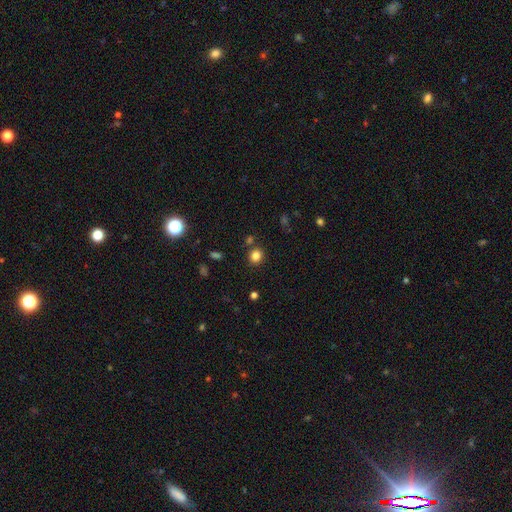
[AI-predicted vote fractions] Smooth or featured: smooth — 82% (star or artifact — 13%)
How rounded: round — 81% (in between — 18%)
Merging: none — 83% (minor disturbance — 8%)